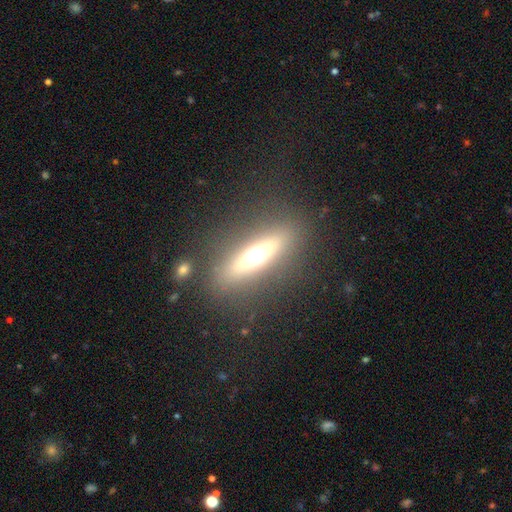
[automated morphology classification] Overall: featured or disk (45%; smooth 42%). Merging: none (85%).